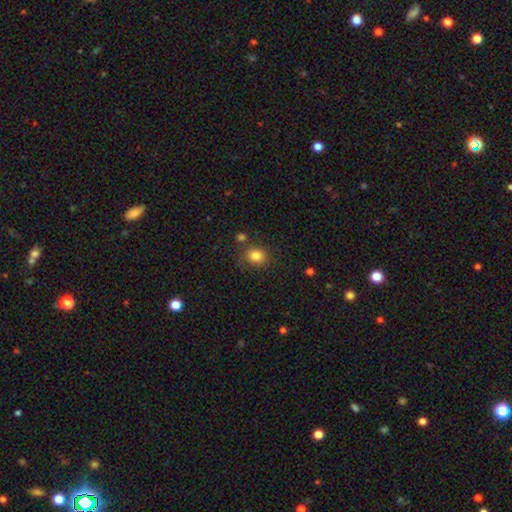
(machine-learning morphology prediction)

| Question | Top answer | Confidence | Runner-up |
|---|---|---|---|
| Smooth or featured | smooth | 83% | star or artifact (11%) |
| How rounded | round | 65% | in between (34%) |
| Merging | none | 75% | minor disturbance (13%) |